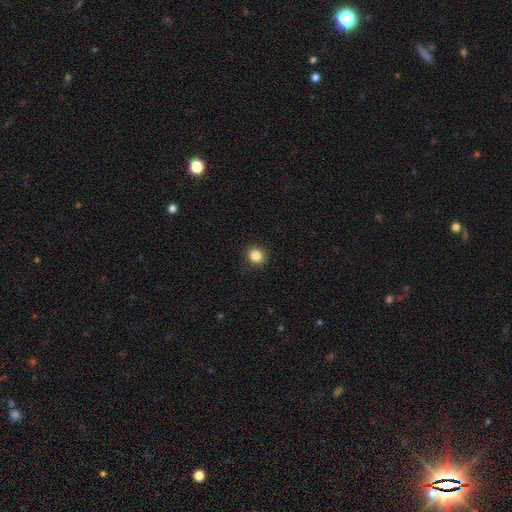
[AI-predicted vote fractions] Smooth or featured? smooth (85%)
How rounded? round (89%)
Merging? none (92%)